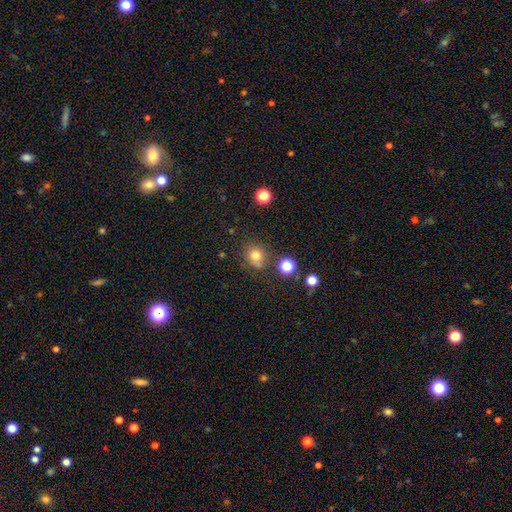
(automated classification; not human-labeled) Morphology: type=smooth (76%); roundness=round (82%); merging=none (71%).